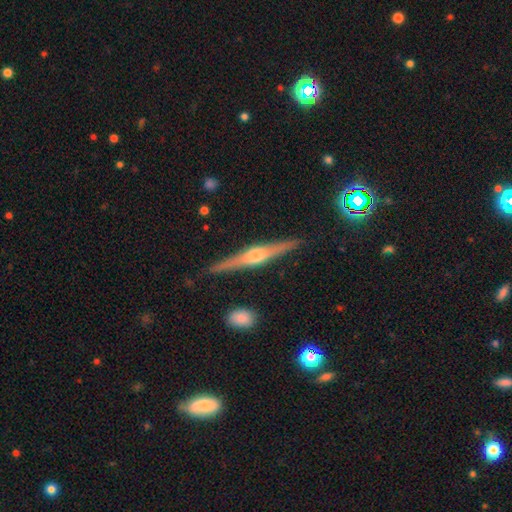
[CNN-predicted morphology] Q: Smooth or featured?
A: featured or disk (79%); runner-up: smooth (15%)
Q: Edge-on disk?
A: yes (98%); runner-up: no (2%)
Q: Edge-on bulge?
A: rounded (85%); runner-up: boxy (10%)
Q: Merging?
A: none (90%); runner-up: minor disturbance (7%)